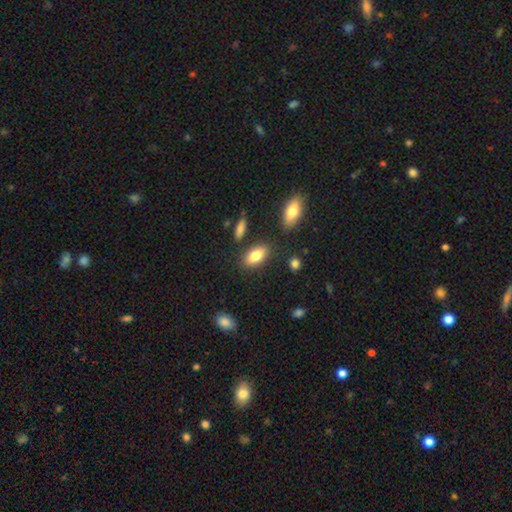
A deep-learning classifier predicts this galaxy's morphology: A smooth galaxy with no disk features (82%) that is in between round and cigar-shaped (88%).

Vote fractions:
- Smooth or featured? smooth: 82% / featured or disk: 10% / star or artifact: 7%
- How rounded? in between: 88% / cigar-shaped: 8% / round: 4%
- Merging? none: 81% / minor disturbance: 11% / merger: 5% / major disturbance: 3%